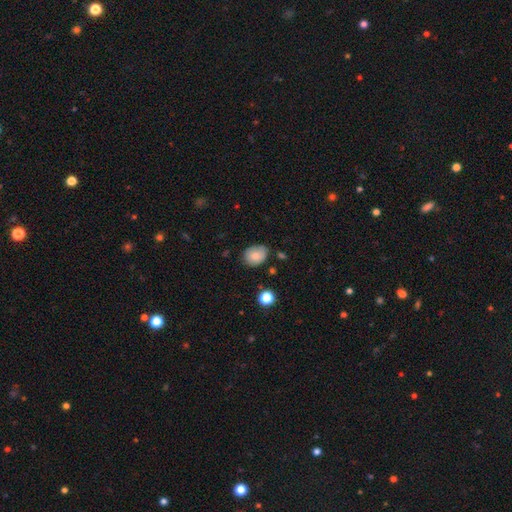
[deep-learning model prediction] Morphology: type=smooth (79%); roundness=in between (59%); merging=none (70%).